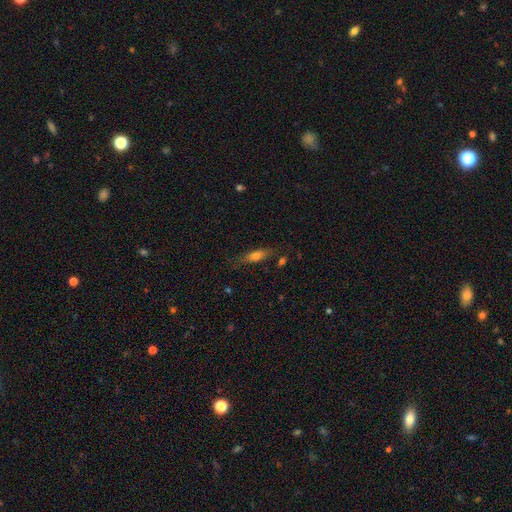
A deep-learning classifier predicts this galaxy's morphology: This is likely a smooth galaxy (63%). How rounded: possibly cigar-shaped (50%). Merging: likely none (73%).